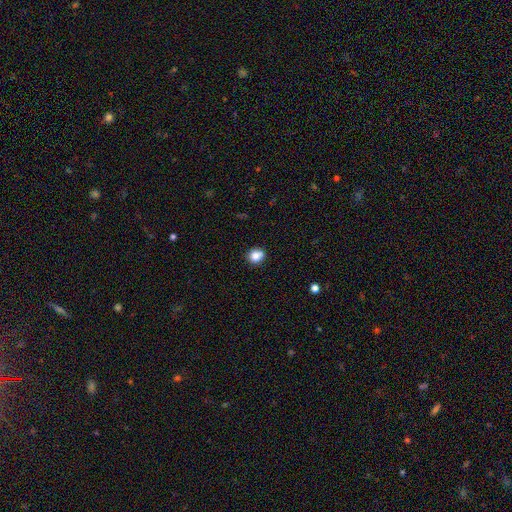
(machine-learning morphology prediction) Overall: smooth (82%). How rounded: round (80%). Merging: none (73%).